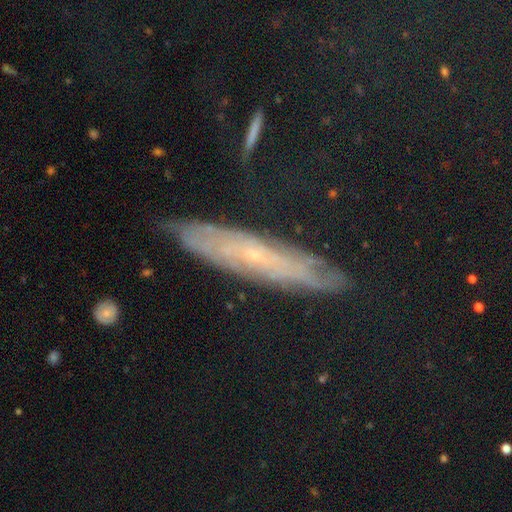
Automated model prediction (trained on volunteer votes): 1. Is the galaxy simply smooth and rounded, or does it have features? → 47% featured or disk, 31% star or artifact, 23% smooth.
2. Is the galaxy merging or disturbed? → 83% none, 12% minor disturbance, 3% major disturbance, 2% merger.